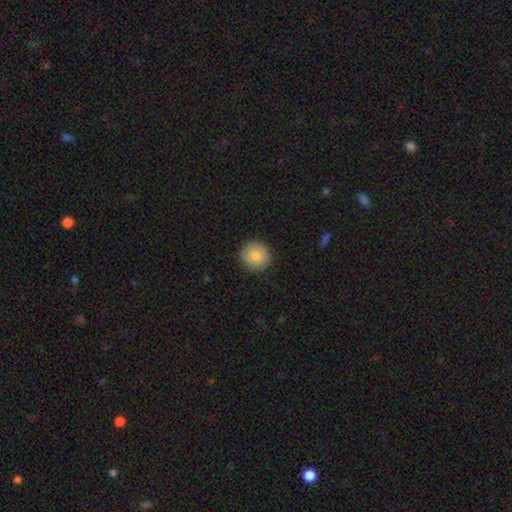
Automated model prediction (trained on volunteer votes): A smooth galaxy with no disk features (83%) that is round (93%).

Vote fractions:
- Smooth or featured? smooth: 83% / featured or disk: 10% / star or artifact: 8%
- How rounded? round: 93% / in between: 6% / cigar-shaped: 1%
- Merging? none: 89% / minor disturbance: 8% / major disturbance: 2% / merger: 1%